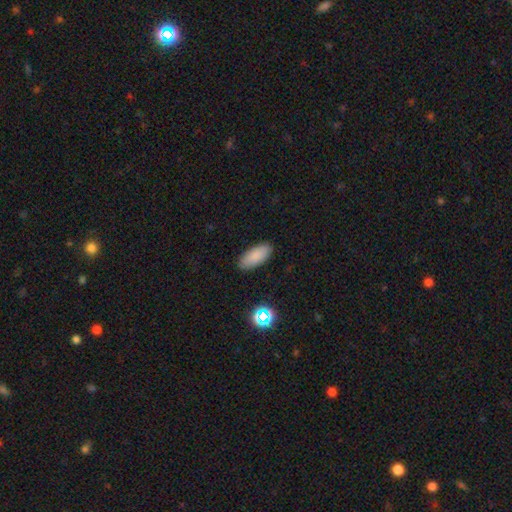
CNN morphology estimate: This appears to be a smooth galaxy with no disk features (85%) that is in between round and cigar-shaped (84%). Merging: none (88%).